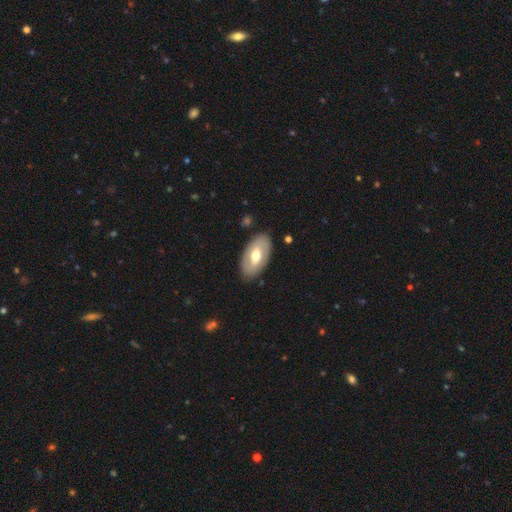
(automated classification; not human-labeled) A smooth galaxy with no disk features (48%). Merging: none (85%).